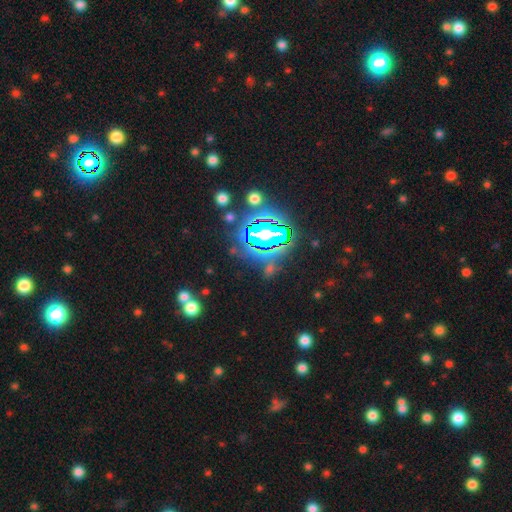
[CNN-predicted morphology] A star or artifact, not a galaxy (83%).

Vote fractions:
- Smooth or featured? star or artifact: 83% / smooth: 10% / featured or disk: 7%